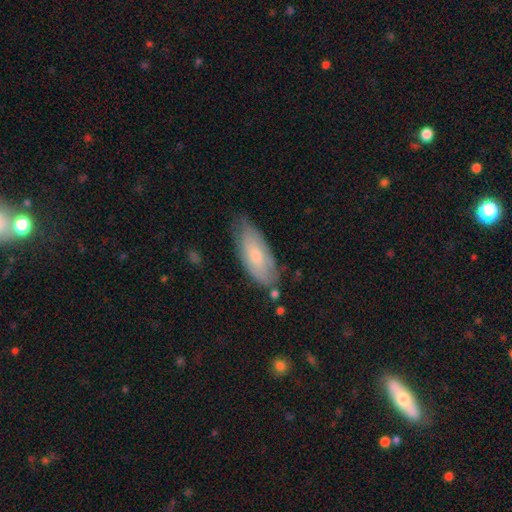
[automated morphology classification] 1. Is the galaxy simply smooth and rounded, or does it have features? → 60% smooth, 34% featured or disk, 6% star or artifact.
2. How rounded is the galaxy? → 80% in between, 18% cigar-shaped, 2% round.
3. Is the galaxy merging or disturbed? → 66% none, 27% minor disturbance, 5% major disturbance, 2% merger.